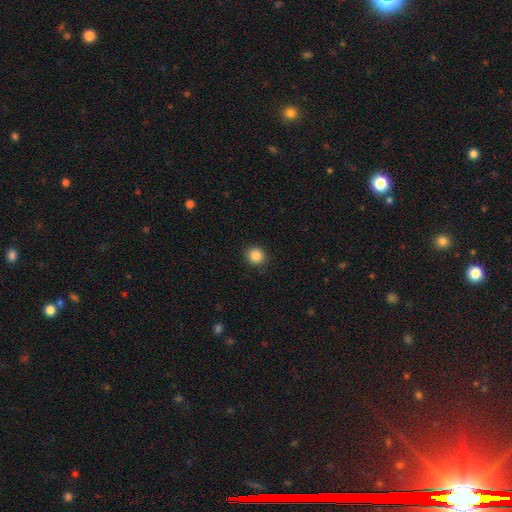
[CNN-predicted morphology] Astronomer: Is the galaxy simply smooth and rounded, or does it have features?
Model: smooth — 87%.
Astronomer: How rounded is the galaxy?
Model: round — 90%.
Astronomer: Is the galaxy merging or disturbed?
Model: none — 90%.